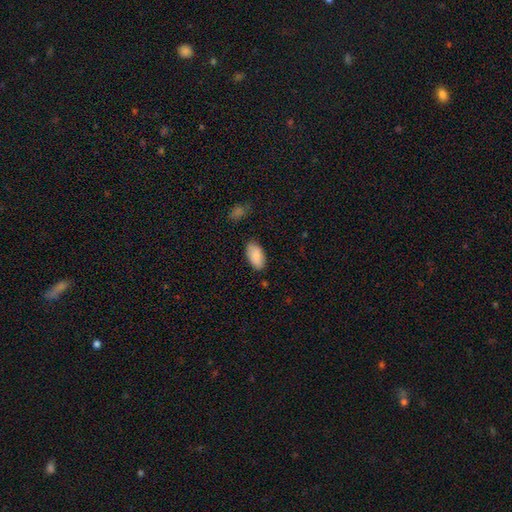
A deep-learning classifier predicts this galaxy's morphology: smooth 88%, star or artifact 6%, featured or disk 6%. Down the decision tree: how rounded — in between (95%); merging — none (83%).